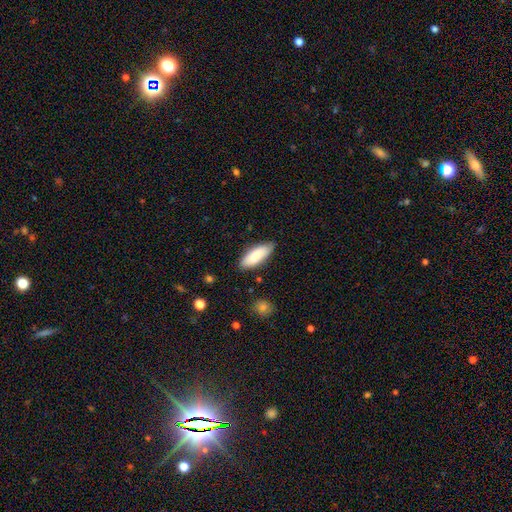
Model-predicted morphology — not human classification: A smooth galaxy with no disk features (84%) that is in between round and cigar-shaped (71%). Merging: none (83%).